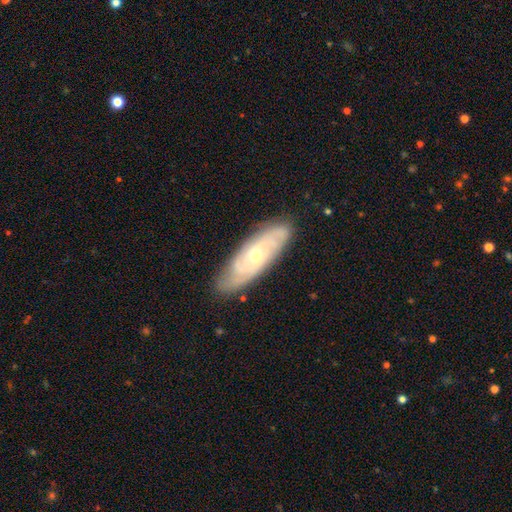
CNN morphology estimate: A featured or disk galaxy (75%) with no bar (61%), tight (59%) spiral arms (91%) and a moderate central bulge (49%).

Vote fractions:
- Smooth or featured? featured or disk: 75% / smooth: 19% / star or artifact: 6%
- Edge-on disk? no: 83% / yes: 17%
- Bar? no: 61% / weak: 33% / strong: 6%
- Spiral arms? yes: 91% / no: 9%
- Spiral winding? tight: 59% / medium: 32% / loose: 9%
- Spiral arm count? can't tell: 41% / 2: 25% / 3: 17% / 4: 9% / more than 4: 4% / 1: 4%
- Bulge size? moderate: 49% / small: 47% / large: 2% / none: 1% / dominant: 1%
- Merging? none: 82% / minor disturbance: 14% / major disturbance: 3% / merger: 1%